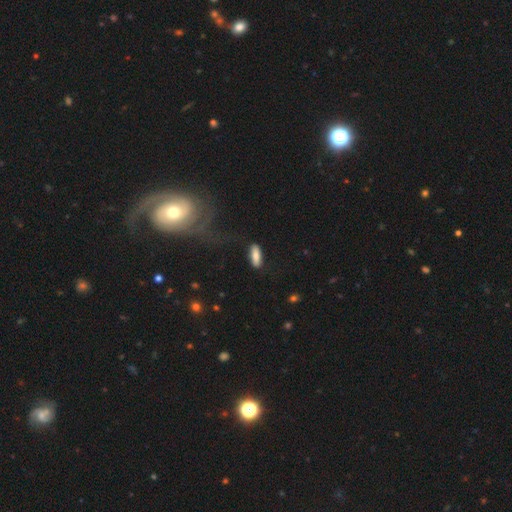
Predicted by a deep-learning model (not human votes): smooth_or_featured: smooth (p=0.80) [alt: featured or disk p=0.14]
how_rounded: in between (p=0.53) [alt: cigar-shaped p=0.45]
merging: none (p=0.84) [alt: minor disturbance p=0.11]